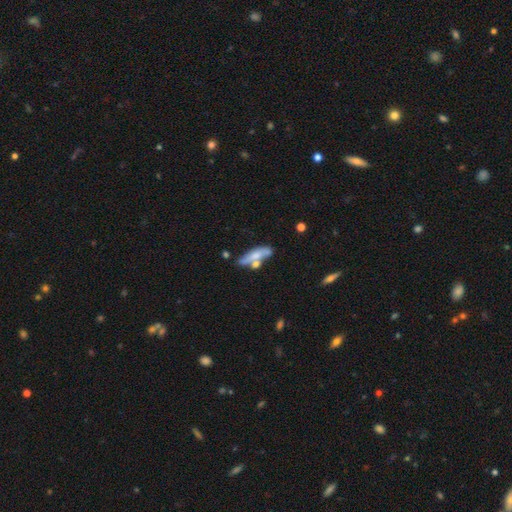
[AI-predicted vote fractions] A smooth galaxy with no disk features (56%) that is cigar-shaped (54%). Merging: none (47%).